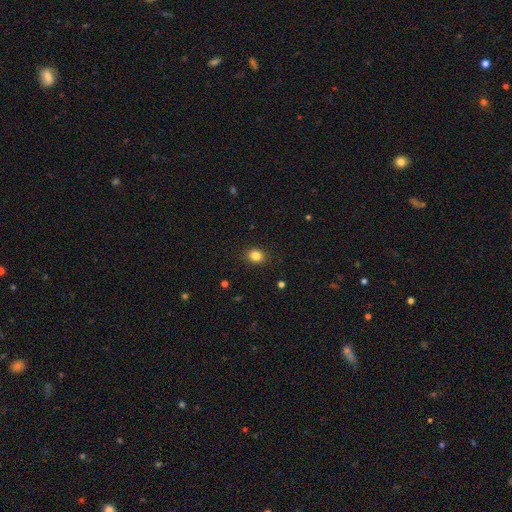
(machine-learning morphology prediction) Smooth or featured? smooth (84%)
How rounded? round (60%)
Merging? none (89%)